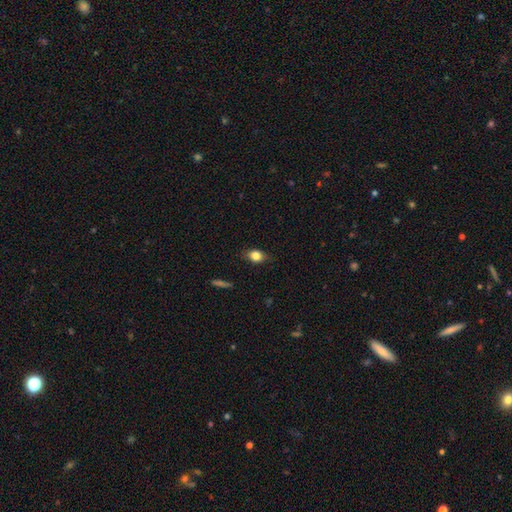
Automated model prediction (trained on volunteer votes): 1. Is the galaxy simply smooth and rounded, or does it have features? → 79% smooth, 12% featured or disk, 9% star or artifact.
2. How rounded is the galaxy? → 68% in between, 28% round, 4% cigar-shaped.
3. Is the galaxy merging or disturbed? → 79% none, 16% minor disturbance, 3% major disturbance, 1% merger.